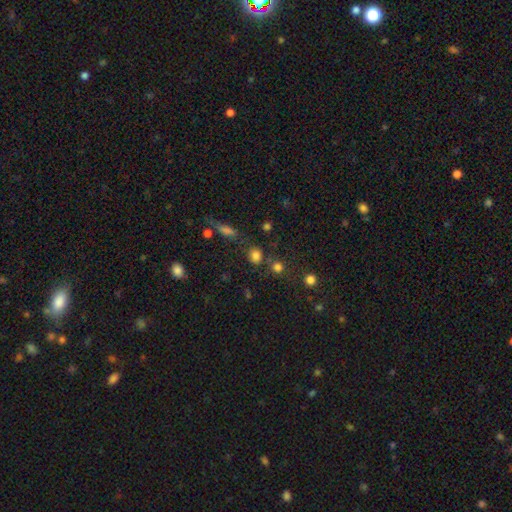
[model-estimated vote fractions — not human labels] smooth-or-featured: smooth: 79% | star or artifact: 15% | featured or disk: 6%
  how-rounded: round: 74% | in between: 24% | cigar-shaped: 2%
  merging: none: 71% | merger: 12% | minor disturbance: 11% | major disturbance: 5%